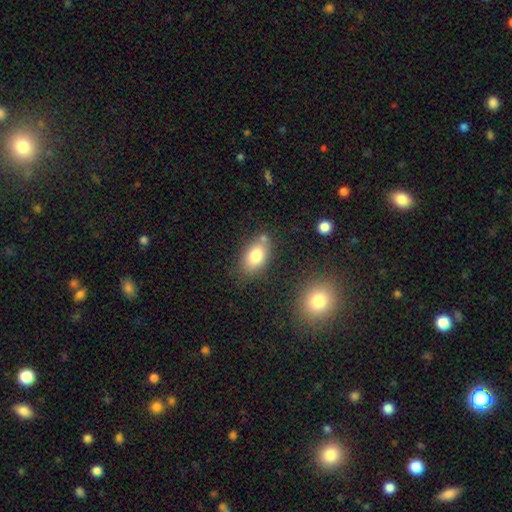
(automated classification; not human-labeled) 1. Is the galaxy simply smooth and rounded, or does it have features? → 79% smooth, 12% featured or disk, 9% star or artifact.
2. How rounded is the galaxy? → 87% in between, 11% round, 2% cigar-shaped.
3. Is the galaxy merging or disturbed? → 69% none, 17% minor disturbance, 10% merger, 4% major disturbance.